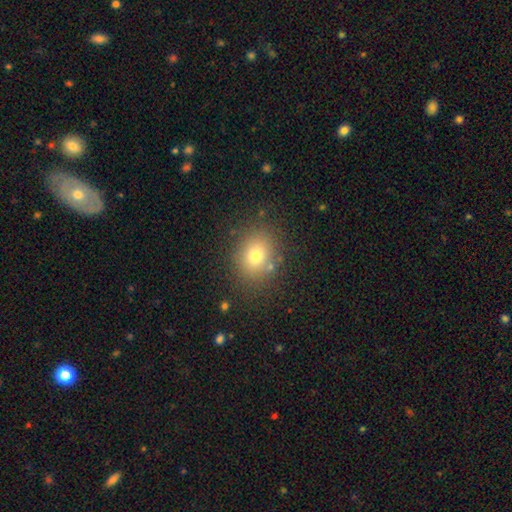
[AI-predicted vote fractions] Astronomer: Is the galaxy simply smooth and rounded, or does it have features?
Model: smooth — 74%.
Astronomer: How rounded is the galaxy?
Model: round — 63%.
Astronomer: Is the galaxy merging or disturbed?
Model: none — 82%.